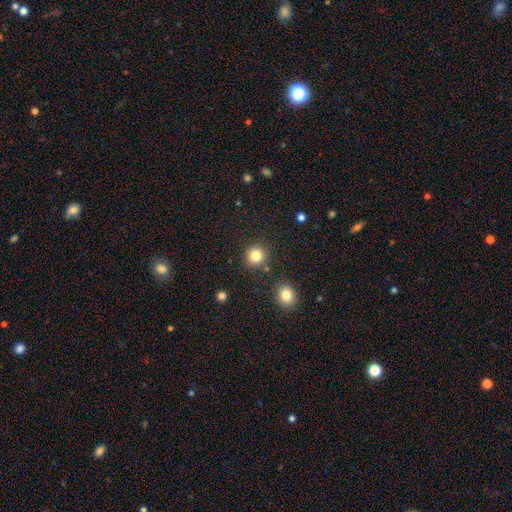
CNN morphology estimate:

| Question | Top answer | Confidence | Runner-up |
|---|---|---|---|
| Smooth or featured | smooth | 84% | star or artifact (11%) |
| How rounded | round | 92% | in between (8%) |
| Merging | none | 86% | minor disturbance (7%) |